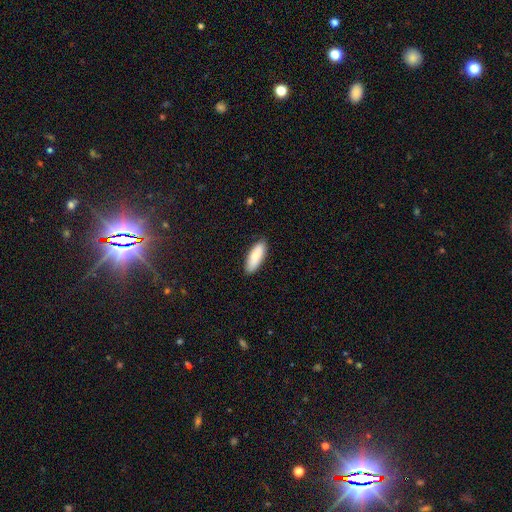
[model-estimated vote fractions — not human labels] This is clearly a smooth galaxy (81%). How rounded: likely in between (69%). Merging: clearly none (86%).